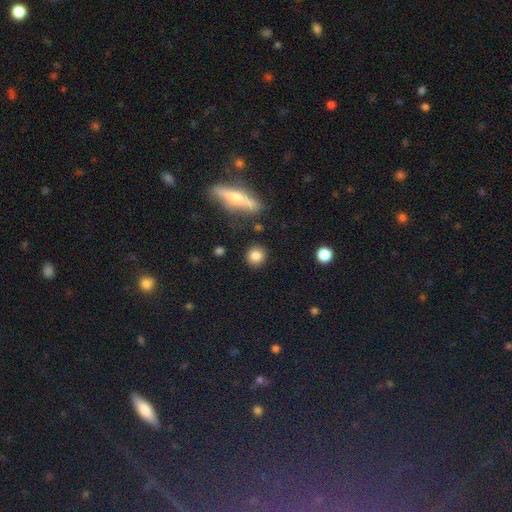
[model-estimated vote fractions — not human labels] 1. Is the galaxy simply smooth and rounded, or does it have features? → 82% smooth, 9% star or artifact, 8% featured or disk.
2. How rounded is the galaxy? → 88% round, 10% in between, 2% cigar-shaped.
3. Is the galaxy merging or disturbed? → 88% none, 7% minor disturbance, 3% merger, 2% major disturbance.